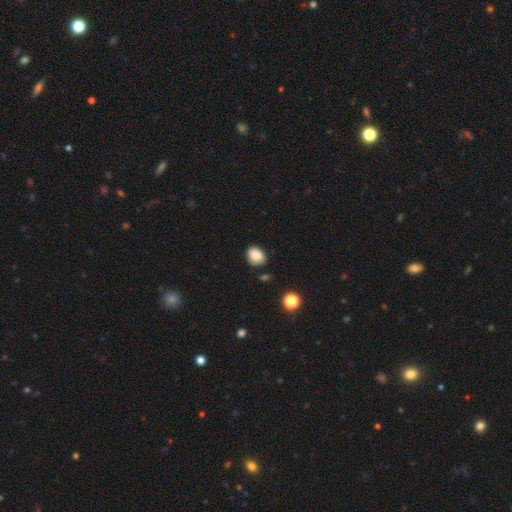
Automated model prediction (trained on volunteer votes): A smooth galaxy with no disk features (84%) that is in between round and cigar-shaped (57%).

Vote fractions:
- Smooth or featured? smooth: 84% / star or artifact: 9% / featured or disk: 7%
- How rounded? in between: 57% / round: 43% / cigar-shaped: 1%
- Merging? none: 79% / minor disturbance: 16% / merger: 3% / major disturbance: 3%